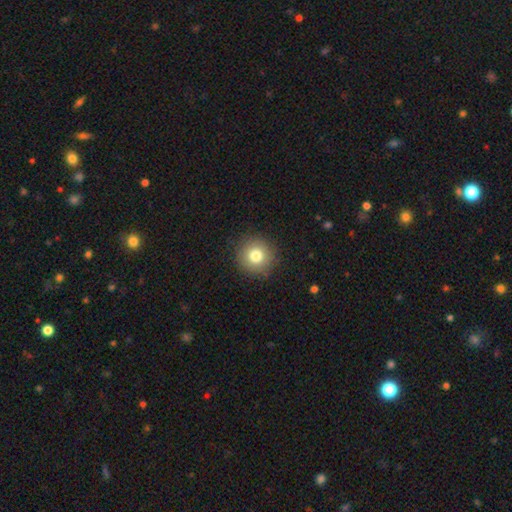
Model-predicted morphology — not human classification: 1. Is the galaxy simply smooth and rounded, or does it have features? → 79% smooth, 11% star or artifact, 10% featured or disk.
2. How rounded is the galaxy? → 94% round, 5% in between, 1% cigar-shaped.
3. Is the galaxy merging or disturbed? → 90% none, 7% minor disturbance, 2% major disturbance, 1% merger.